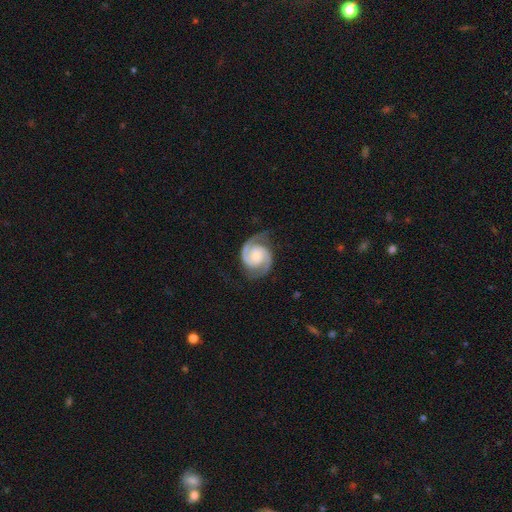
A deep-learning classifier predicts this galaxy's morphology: Smooth or featured? featured or disk (91%)
Edge-on disk? no (98%)
Bar? no (68%)
Spiral arms? yes (98%)
Spiral winding? medium (48%)
Spiral arm count? 2 (94%)
Bulge size? small (38%)
Merging? none (77%)